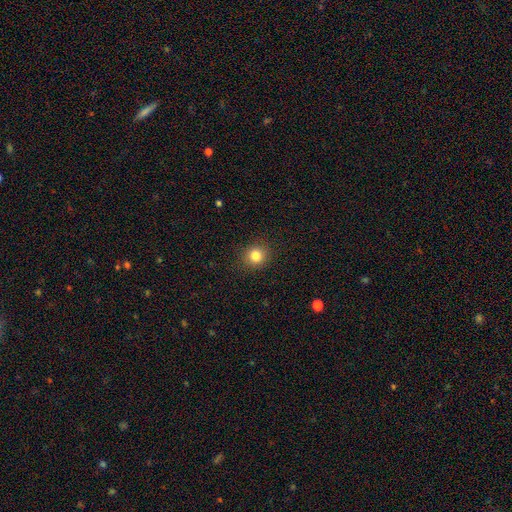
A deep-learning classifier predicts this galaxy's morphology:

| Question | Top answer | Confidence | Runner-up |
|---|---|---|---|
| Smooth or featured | smooth | 83% | star or artifact (11%) |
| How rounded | round | 87% | in between (13%) |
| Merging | none | 89% | minor disturbance (7%) |